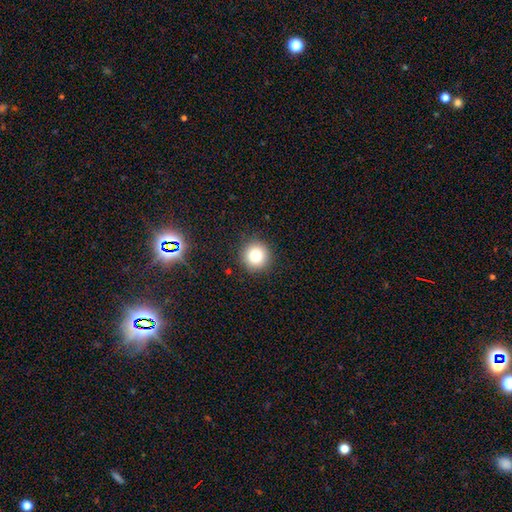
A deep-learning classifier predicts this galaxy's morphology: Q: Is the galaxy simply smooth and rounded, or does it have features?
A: smooth — 79%.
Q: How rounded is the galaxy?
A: round — 95%.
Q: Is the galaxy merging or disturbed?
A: none — 91%.